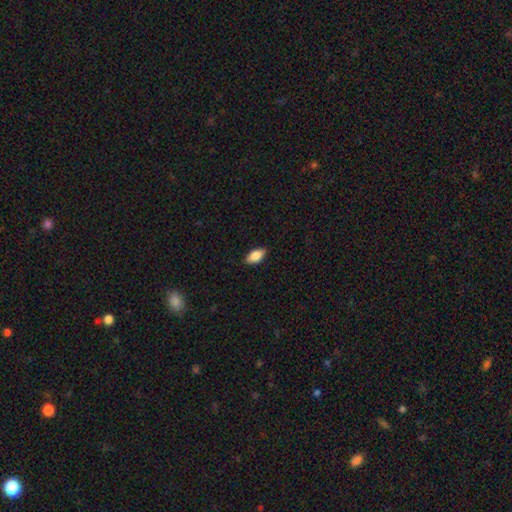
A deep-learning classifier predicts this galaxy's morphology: A smooth galaxy with no disk features (80%) that is in between round and cigar-shaped (90%). Merging: none (85%).